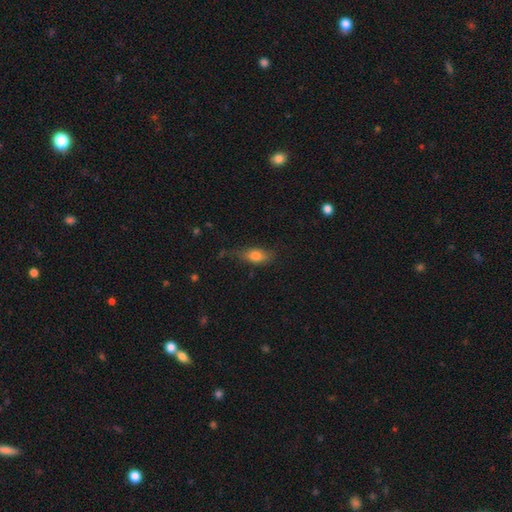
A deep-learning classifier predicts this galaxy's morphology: Overall: smooth (77%). How rounded: in between (80%). Merging: none (57%; minor disturbance 30%).